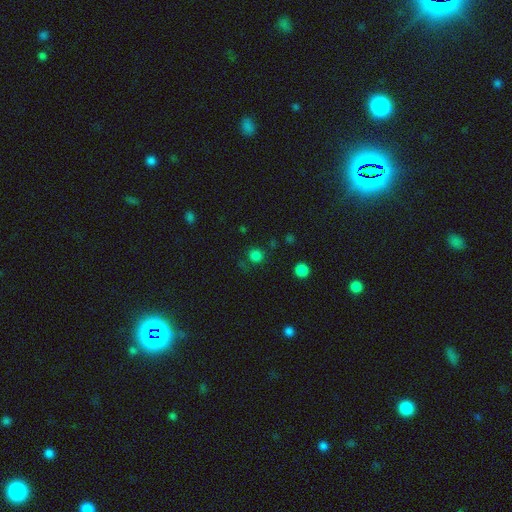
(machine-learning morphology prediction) Q: Smooth or featured?
A: smooth (78%); runner-up: star or artifact (18%)
Q: How rounded?
A: round (92%); runner-up: in between (7%)
Q: Merging?
A: none (83%); runner-up: minor disturbance (10%)